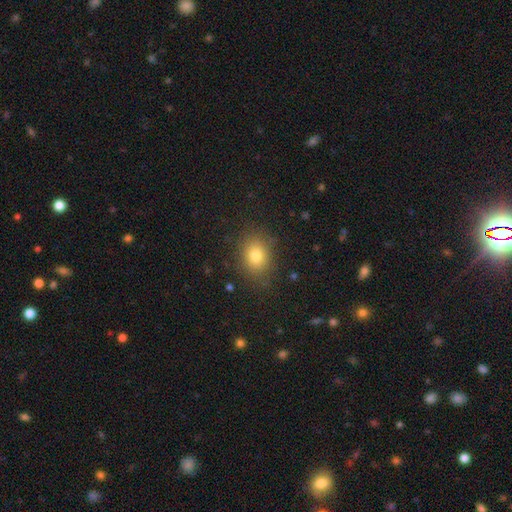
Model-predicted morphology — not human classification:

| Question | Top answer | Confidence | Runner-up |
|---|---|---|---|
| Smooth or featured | smooth | 79% | star or artifact (12%) |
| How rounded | in between | 51% | round (48%) |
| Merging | none | 83% | minor disturbance (12%) |